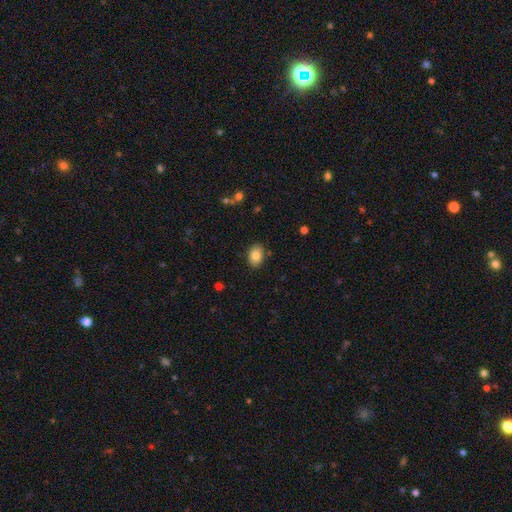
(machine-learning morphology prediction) type=smooth (83%); roundness=in between (81%); merging=none (86%).